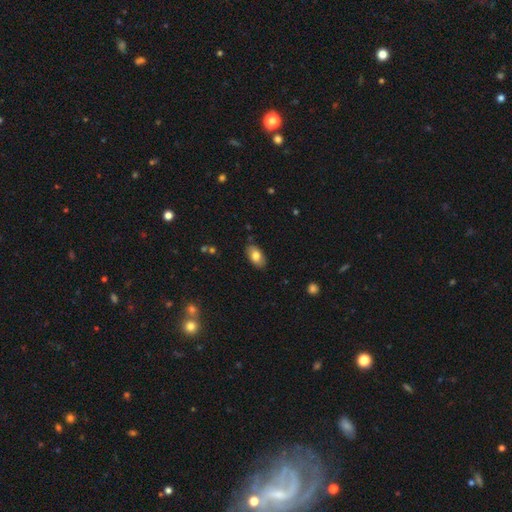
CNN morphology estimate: A smooth galaxy with no disk features (78%) that is in between round and cigar-shaped (93%). Merging: none (84%).